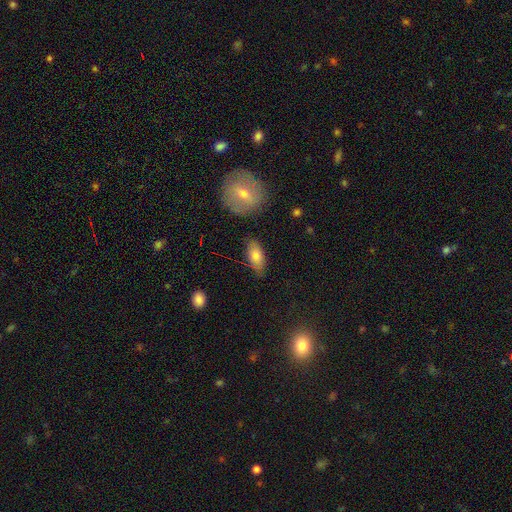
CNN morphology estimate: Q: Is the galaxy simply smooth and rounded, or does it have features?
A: smooth — 80%.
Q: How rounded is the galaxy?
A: in between — 86%.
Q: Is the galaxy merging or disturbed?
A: none — 78%.